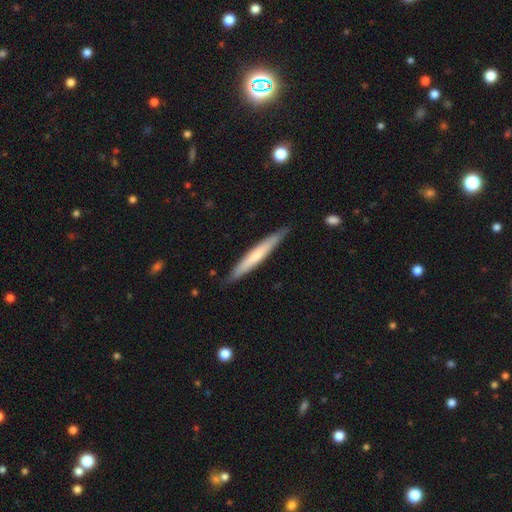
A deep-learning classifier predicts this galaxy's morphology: Q: Smooth or featured?
A: smooth (54%); runner-up: featured or disk (41%)
Q: How rounded?
A: cigar-shaped (96%); runner-up: in between (3%)
Q: Merging?
A: none (88%); runner-up: minor disturbance (10%)